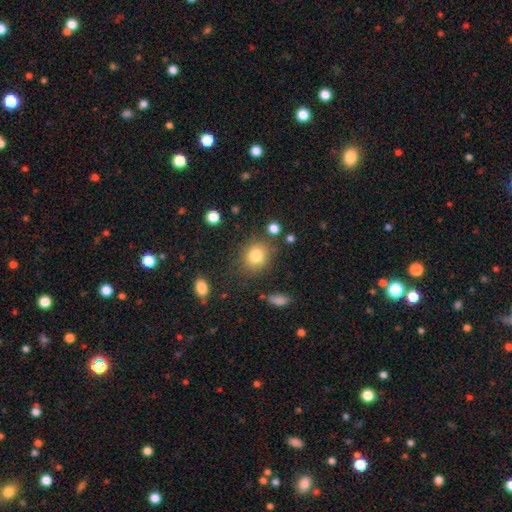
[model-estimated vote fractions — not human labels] smooth_or_featured: smooth (p=0.80) [alt: star or artifact p=0.11]
how_rounded: round (p=0.71) [alt: in between p=0.28]
merging: none (p=0.79) [alt: minor disturbance p=0.13]